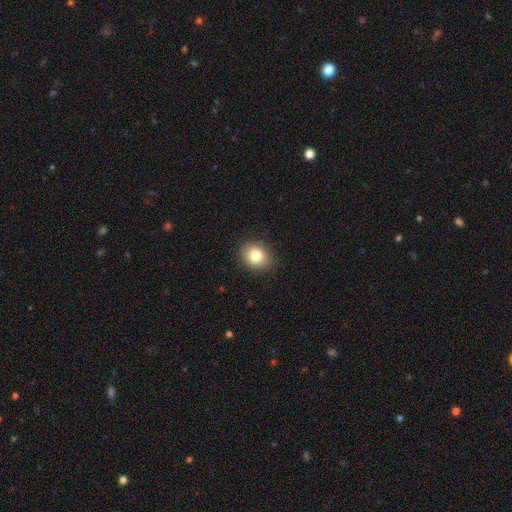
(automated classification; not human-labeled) This is clearly a smooth galaxy (82%). How rounded: possibly round (56%). Merging: clearly none (87%).